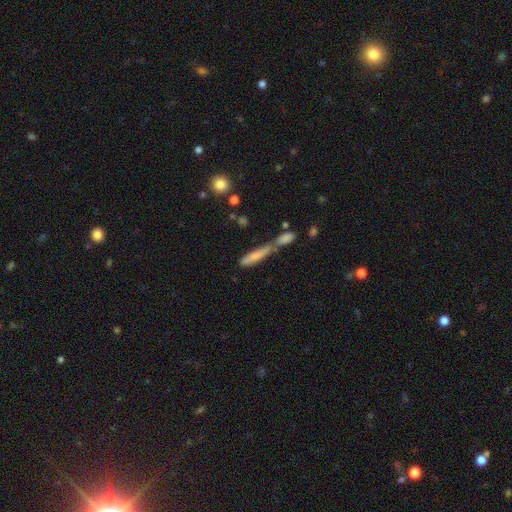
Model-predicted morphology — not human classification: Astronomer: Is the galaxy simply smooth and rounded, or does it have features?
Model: smooth — 70%.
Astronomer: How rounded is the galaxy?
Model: cigar-shaped — 79%.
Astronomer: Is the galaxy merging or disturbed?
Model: merger — 55%.